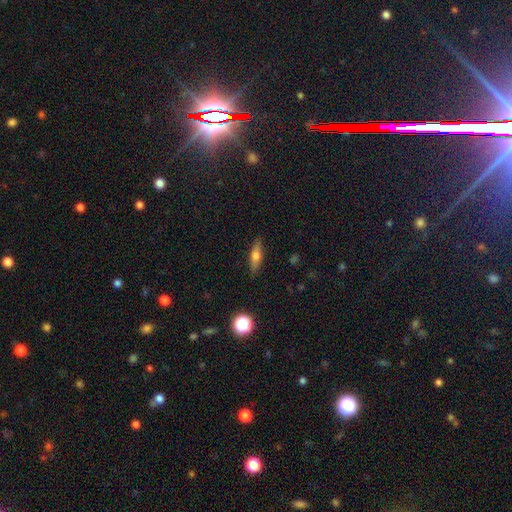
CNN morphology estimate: Smooth or featured: smooth — 59% (featured or disk — 33%)
How rounded: cigar-shaped — 58% (in between — 38%)
Merging: none — 86% (minor disturbance — 10%)